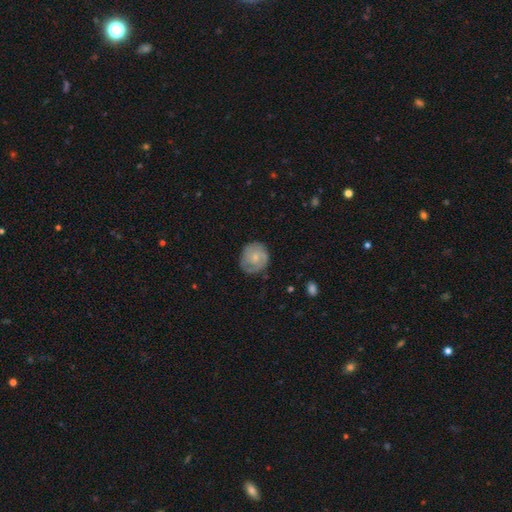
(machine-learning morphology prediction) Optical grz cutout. It shows a featured or disk galaxy (65%) with no bar (66%), 2 (54%) tight (57%) spiral arms (91%) and a small central bulge (54%). Merging: none (76%).